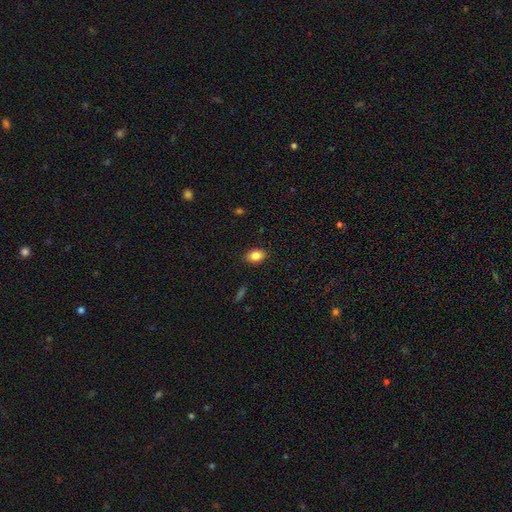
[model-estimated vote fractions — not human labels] Smooth or featured: smooth — 86% (star or artifact — 8%)
How rounded: in between — 80% (round — 19%)
Merging: none — 87% (minor disturbance — 10%)